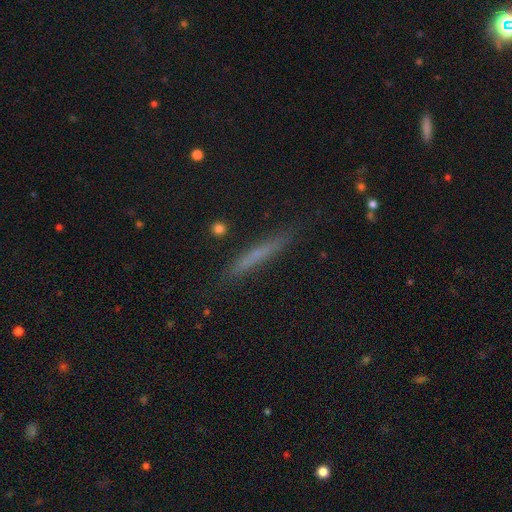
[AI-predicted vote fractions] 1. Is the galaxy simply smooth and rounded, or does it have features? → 57% smooth, 33% featured or disk, 10% star or artifact.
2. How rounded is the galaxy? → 95% cigar-shaped, 3% in between, 2% round.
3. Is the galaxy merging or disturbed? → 86% none, 11% minor disturbance, 2% major disturbance, 2% merger.